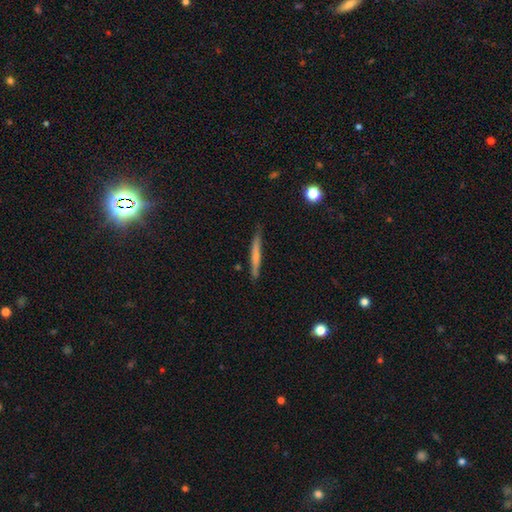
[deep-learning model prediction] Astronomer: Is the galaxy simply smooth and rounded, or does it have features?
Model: smooth — 58% (runner-up: featured or disk, 36%).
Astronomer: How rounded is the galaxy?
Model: cigar-shaped — 95%.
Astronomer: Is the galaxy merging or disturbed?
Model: none — 83%.